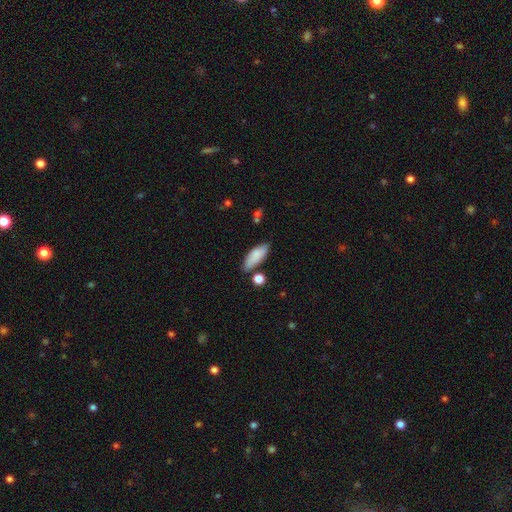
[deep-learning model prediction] smooth-or-featured: smooth: 82% | featured or disk: 11% | star or artifact: 7%
  how-rounded: in between: 75% | cigar-shaped: 22% | round: 2%
  merging: none: 70% | minor disturbance: 19% | merger: 7% | major disturbance: 4%